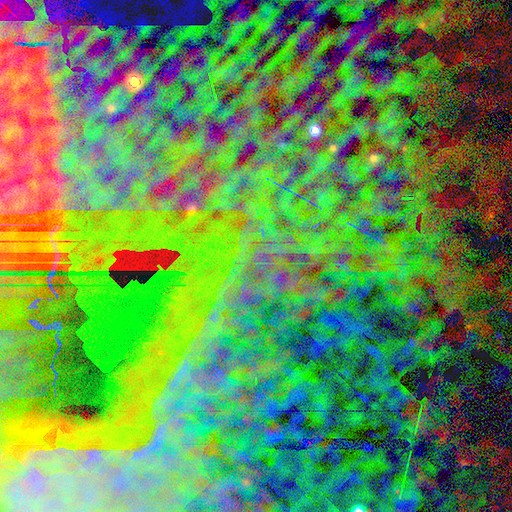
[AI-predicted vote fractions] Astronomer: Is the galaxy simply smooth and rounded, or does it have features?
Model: star or artifact — 86%.